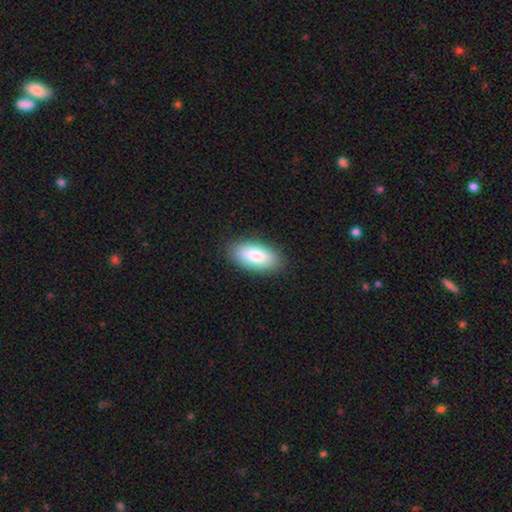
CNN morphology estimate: Overall: smooth (84%). How rounded: in between (90%). Merging: none (88%).